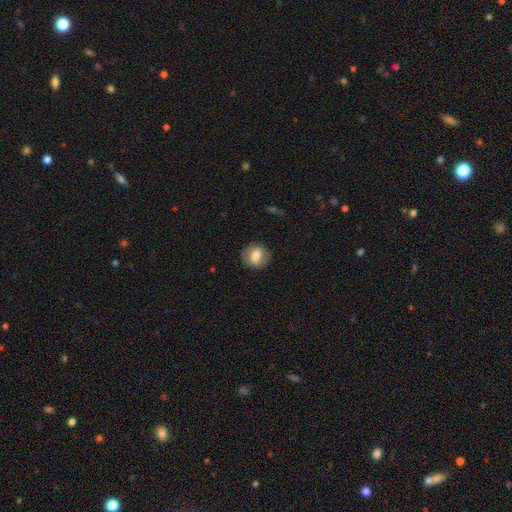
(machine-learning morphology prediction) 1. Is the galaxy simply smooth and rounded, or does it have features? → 71% smooth, 21% featured or disk, 8% star or artifact.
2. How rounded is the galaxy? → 63% round, 36% in between, 1% cigar-shaped.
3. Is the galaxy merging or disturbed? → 80% none, 14% minor disturbance, 5% major disturbance, 1% merger.